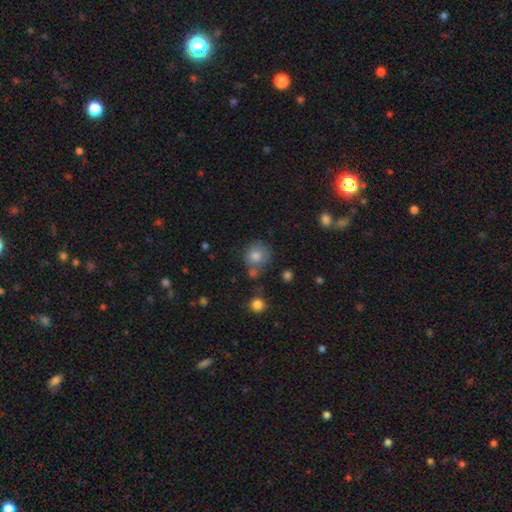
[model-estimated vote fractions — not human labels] This appears to be a smooth galaxy with no disk features (76%) that is round (84%). Merging: none (60%).